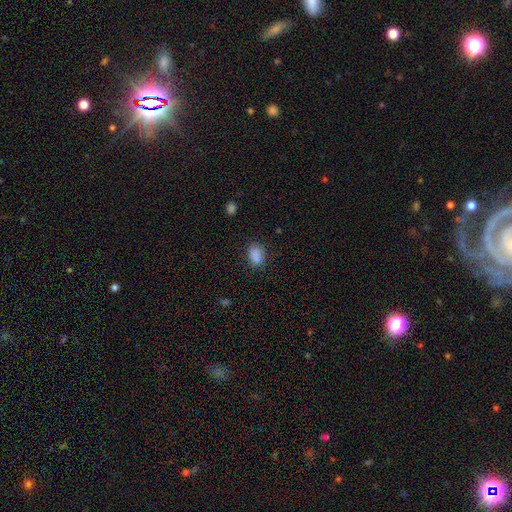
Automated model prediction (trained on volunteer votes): Smooth or featured?
  - smooth: 86% *
  - star or artifact: 10%
  - featured or disk: 4%
How rounded?
  - in between: 82% *
  - round: 16%
  - cigar-shaped: 2%
Merging?
  - none: 78% *
  - minor disturbance: 16%
  - major disturbance: 4%
  - merger: 2%